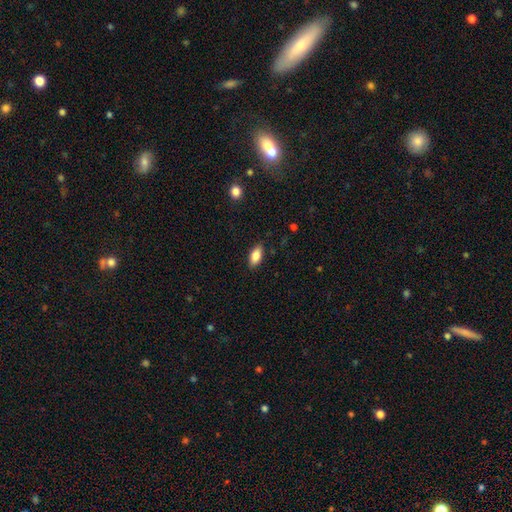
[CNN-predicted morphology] The model was most divided on "merging": none: 87%, minor disturbance: 10%, major disturbance: 2%, merger: 1%. More confident: how rounded — in between (89%); smooth or featured — smooth (86%).